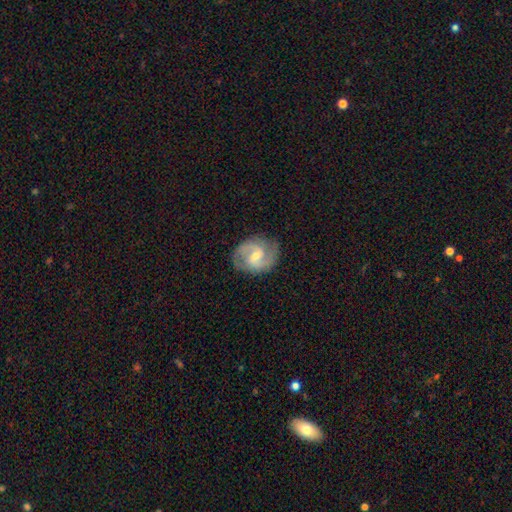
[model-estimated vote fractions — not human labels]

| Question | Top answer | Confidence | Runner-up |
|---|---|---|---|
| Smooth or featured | featured or disk | 86% | smooth (9%) |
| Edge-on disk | no | 98% | yes (2%) |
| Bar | weak | 57% | no (28%) |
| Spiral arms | yes | 97% | no (3%) |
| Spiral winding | medium | 58% | tight (26%) |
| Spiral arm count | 2 | 90% | can't tell (4%) |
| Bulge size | small | 51% | moderate (45%) |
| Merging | none | 81% | minor disturbance (13%) |